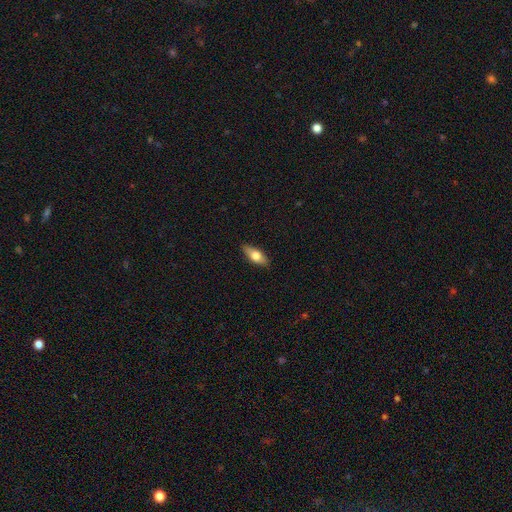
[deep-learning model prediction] This appears to be a smooth galaxy with no disk features (67%) that is in between round and cigar-shaped (72%). Merging: none (87%).